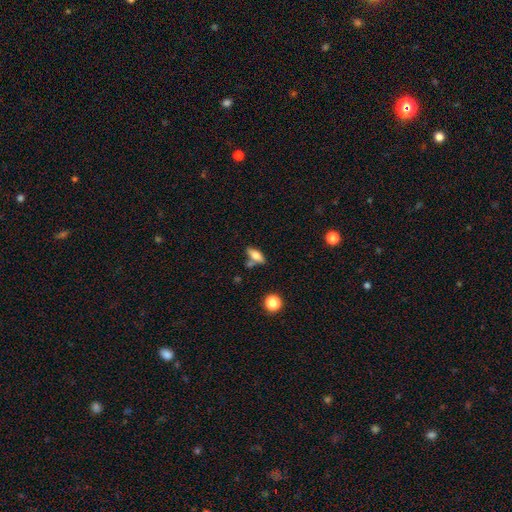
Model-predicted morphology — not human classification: Q: Smooth or featured?
A: smooth (66%); runner-up: featured or disk (25%)
Q: How rounded?
A: in between (70%); runner-up: cigar-shaped (25%)
Q: Merging?
A: none (64%); runner-up: minor disturbance (16%)